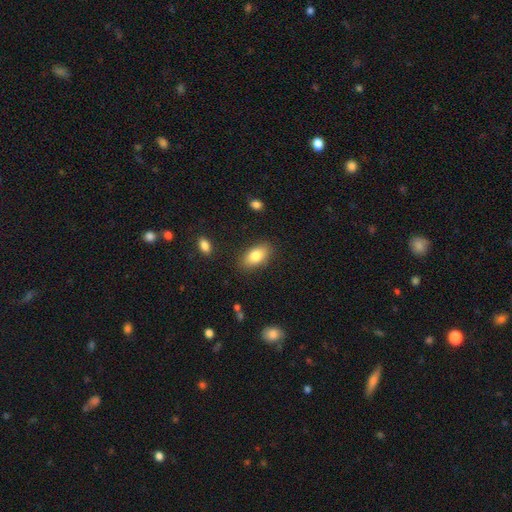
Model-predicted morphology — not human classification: type=smooth (82%); roundness=in between (90%); merging=none (85%).